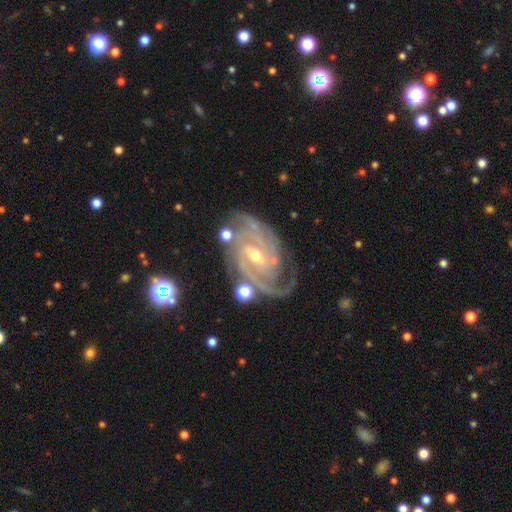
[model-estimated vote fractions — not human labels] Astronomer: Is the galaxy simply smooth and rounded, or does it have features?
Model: featured or disk — 92%.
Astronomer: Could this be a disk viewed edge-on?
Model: no — 97%.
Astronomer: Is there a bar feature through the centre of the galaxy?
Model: weak — 48% (runner-up: strong, 29%).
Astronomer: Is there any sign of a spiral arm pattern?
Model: yes — 99%.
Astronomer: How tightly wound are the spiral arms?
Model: tight — 65%.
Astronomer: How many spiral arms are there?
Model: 3 — 31% (runner-up: 2, 22%).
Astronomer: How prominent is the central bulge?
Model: small — 52% (runner-up: moderate, 45%).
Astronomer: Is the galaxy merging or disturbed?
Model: none — 70%.